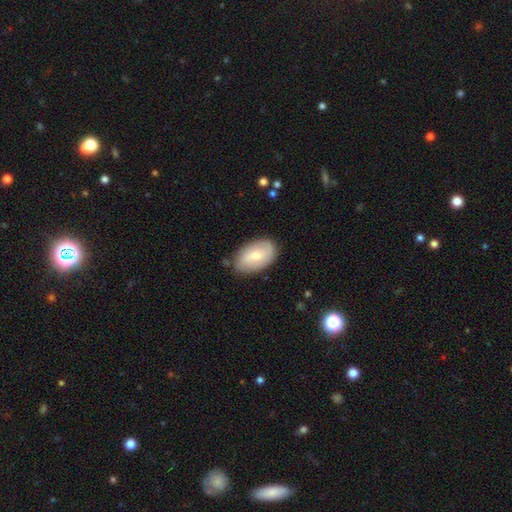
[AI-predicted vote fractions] This appears to be a smooth galaxy with no disk features (62%) that is in between round and cigar-shaped (92%). Merging: none (78%).